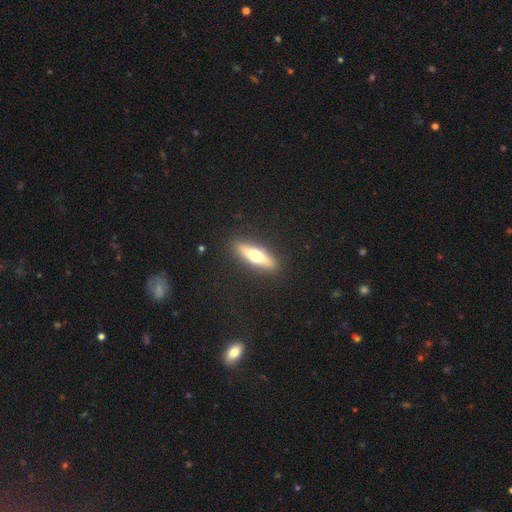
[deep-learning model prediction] Q: Smooth or featured?
A: featured or disk (49%); runner-up: smooth (45%)
Q: Merging?
A: none (90%); runner-up: minor disturbance (7%)